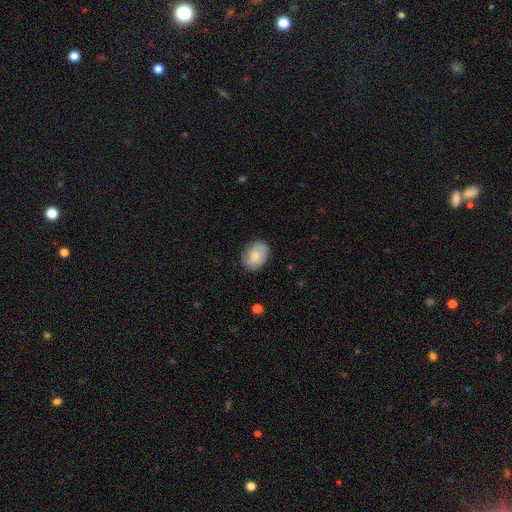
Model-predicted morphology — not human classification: type=smooth (73%); roundness=in between (68%); merging=none (80%).